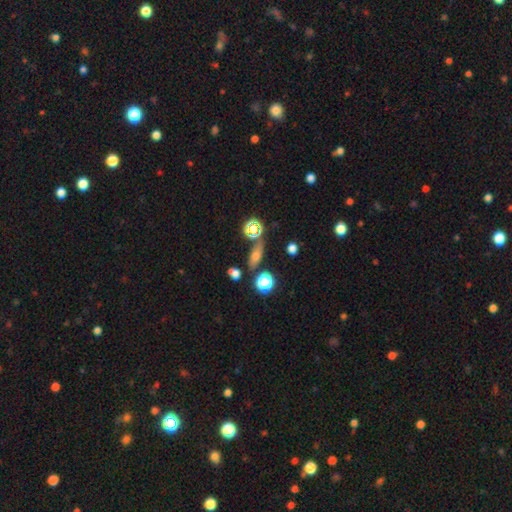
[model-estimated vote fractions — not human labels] A smooth galaxy with no disk features (57%) that is in between round and cigar-shaped (55%). Merging: none (73%).